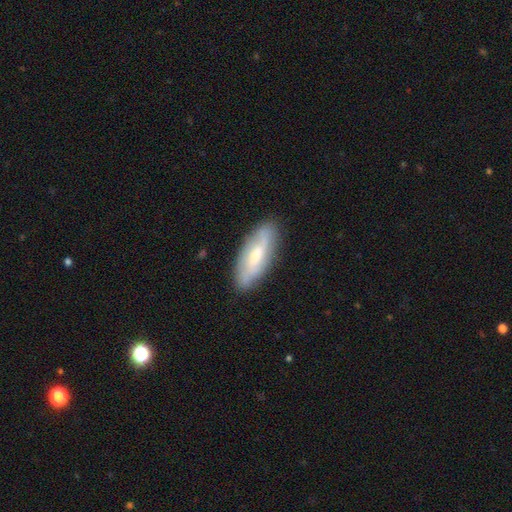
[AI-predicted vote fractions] Morphology: type=featured or disk (52%); edge-on=no (77%); merging=none (82%).